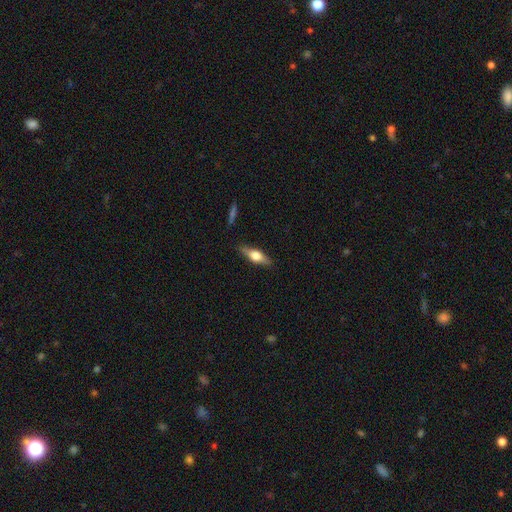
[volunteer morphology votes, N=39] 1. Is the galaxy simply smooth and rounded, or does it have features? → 69% featured or disk, 26% smooth, 5% star or artifact.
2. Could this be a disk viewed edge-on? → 96% yes, 4% no.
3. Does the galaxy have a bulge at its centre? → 96% rounded, 4% boxy, 0% none.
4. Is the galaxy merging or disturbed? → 86% none, 5% minor disturbance, 5% major disturbance, 3% merger.